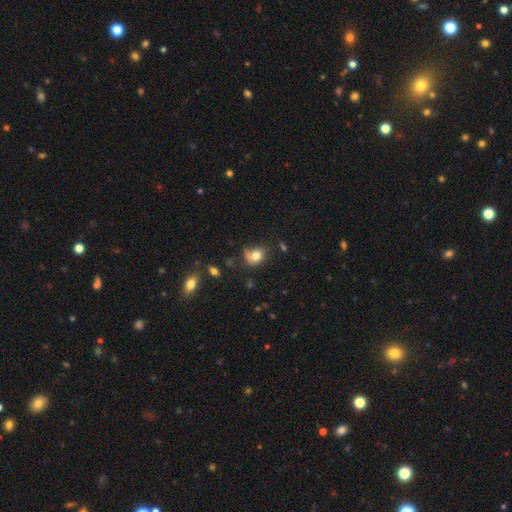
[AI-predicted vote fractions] Smooth or featured? Predicted: smooth (p=0.78). How rounded? Predicted: round (p=0.57). Merging? Predicted: none (p=0.50).